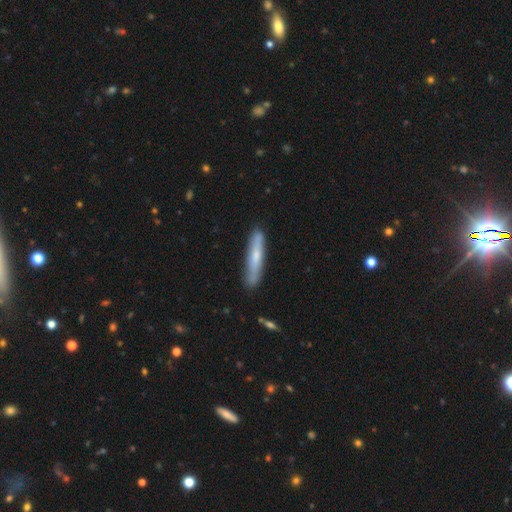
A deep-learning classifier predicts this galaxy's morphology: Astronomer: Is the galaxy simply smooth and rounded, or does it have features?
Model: smooth — 57% (runner-up: featured or disk, 37%).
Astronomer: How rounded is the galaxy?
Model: cigar-shaped — 92%.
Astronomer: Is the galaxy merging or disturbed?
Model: none — 84%.